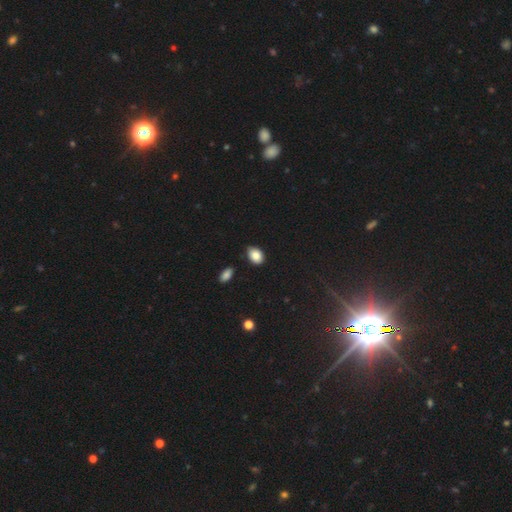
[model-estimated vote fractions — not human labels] This appears to be a smooth galaxy with no disk features (86%) that is in between round and cigar-shaped (75%). Merging: none (78%).